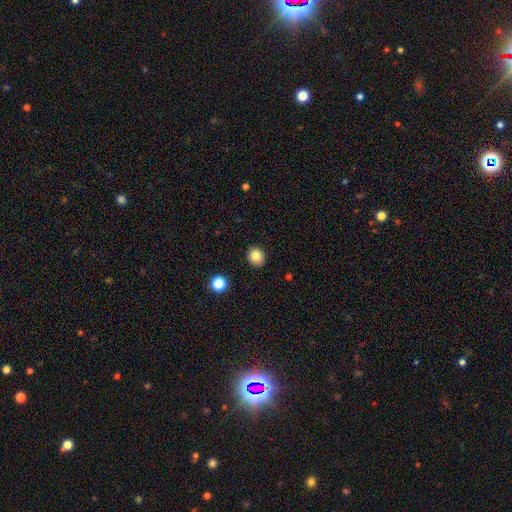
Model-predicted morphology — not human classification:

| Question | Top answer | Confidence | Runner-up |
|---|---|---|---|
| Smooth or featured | smooth | 83% | star or artifact (10%) |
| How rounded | round | 63% | in between (36%) |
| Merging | none | 90% | minor disturbance (7%) |